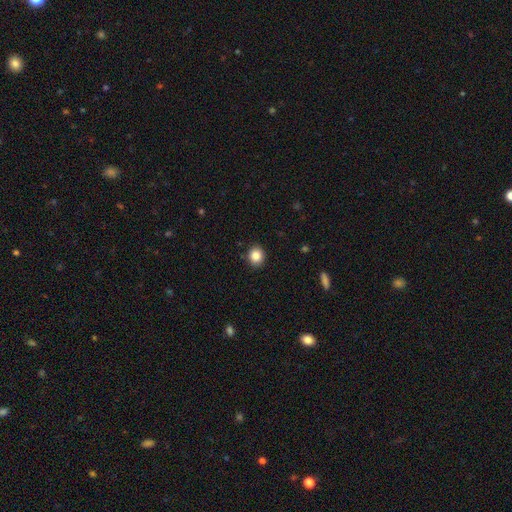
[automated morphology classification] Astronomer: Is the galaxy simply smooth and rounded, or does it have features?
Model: smooth — 86%.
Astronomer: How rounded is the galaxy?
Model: round — 74%.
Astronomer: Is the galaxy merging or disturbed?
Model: none — 90%.